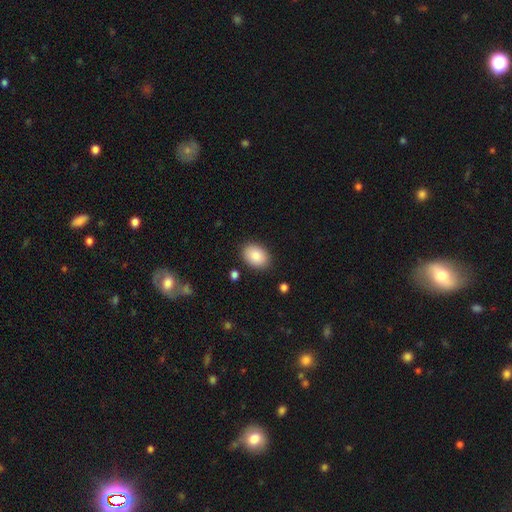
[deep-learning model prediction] Smooth or featured?
  - smooth: 87% *
  - star or artifact: 7%
  - featured or disk: 6%
How rounded?
  - in between: 82% *
  - round: 17%
  - cigar-shaped: 1%
Merging?
  - none: 86% *
  - minor disturbance: 10%
  - major disturbance: 2%
  - merger: 2%